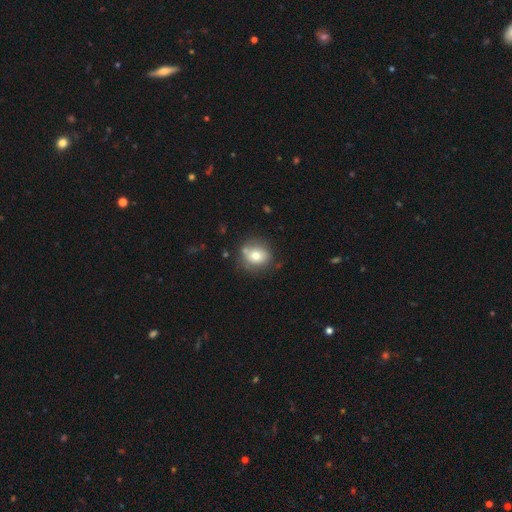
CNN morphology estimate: type=smooth (71%); roundness=round (75%); merging=none (71%).